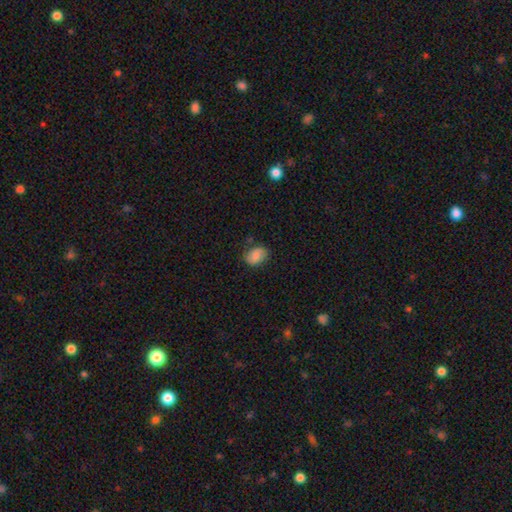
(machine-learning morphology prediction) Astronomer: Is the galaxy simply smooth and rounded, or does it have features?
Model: smooth — 71%.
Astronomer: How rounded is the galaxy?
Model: in between — 68%.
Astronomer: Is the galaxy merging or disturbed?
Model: none — 71%.